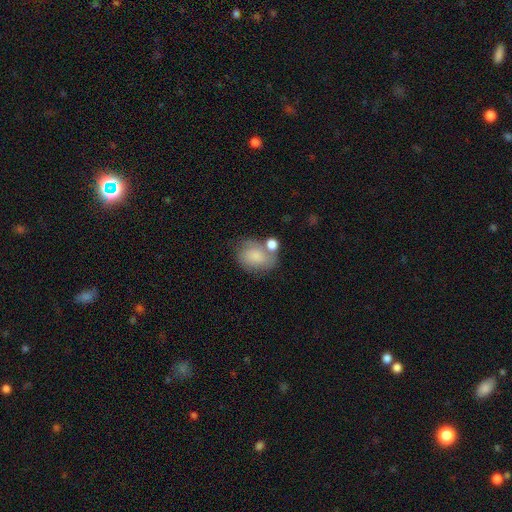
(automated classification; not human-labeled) Smooth or featured?
  - smooth: 76% *
  - featured or disk: 16%
  - star or artifact: 8%
How rounded?
  - in between: 61% *
  - round: 37%
  - cigar-shaped: 1%
Merging?
  - none: 42% *
  - merger: 26%
  - minor disturbance: 21%
  - major disturbance: 10%